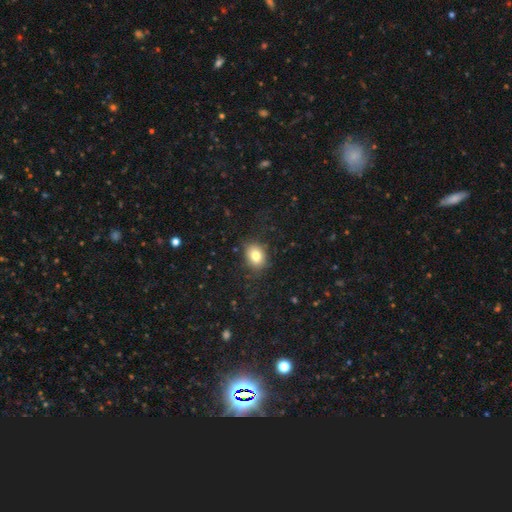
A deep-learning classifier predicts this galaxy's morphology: This appears to be a smooth galaxy with no disk features (79%) that is in between round and cigar-shaped (57%). Merging: none (80%).